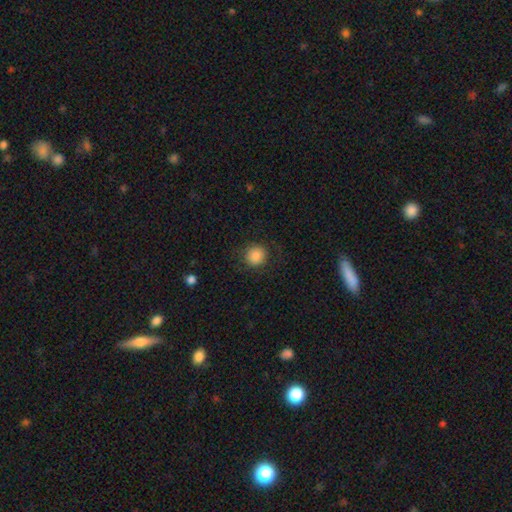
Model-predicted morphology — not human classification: Q: Smooth or featured?
A: smooth (86%); runner-up: star or artifact (9%)
Q: How rounded?
A: round (90%); runner-up: in between (9%)
Q: Merging?
A: none (85%); runner-up: minor disturbance (9%)